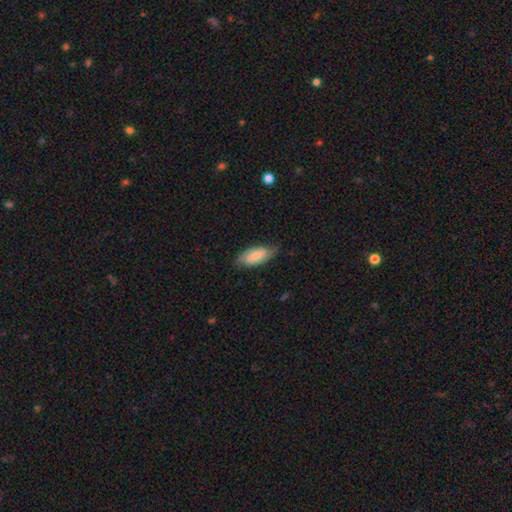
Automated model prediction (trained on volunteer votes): This is likely a smooth galaxy (63%). How rounded: clearly in between (83%). Merging: likely none (75%).